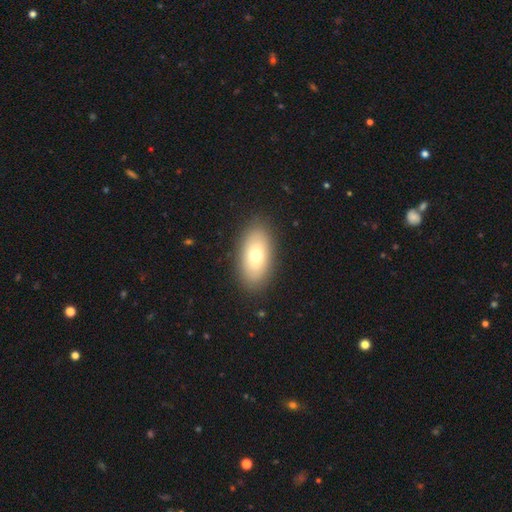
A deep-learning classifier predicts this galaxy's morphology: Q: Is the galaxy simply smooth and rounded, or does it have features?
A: smooth — 68%.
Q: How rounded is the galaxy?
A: in between — 91%.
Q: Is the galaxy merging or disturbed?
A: none — 88%.